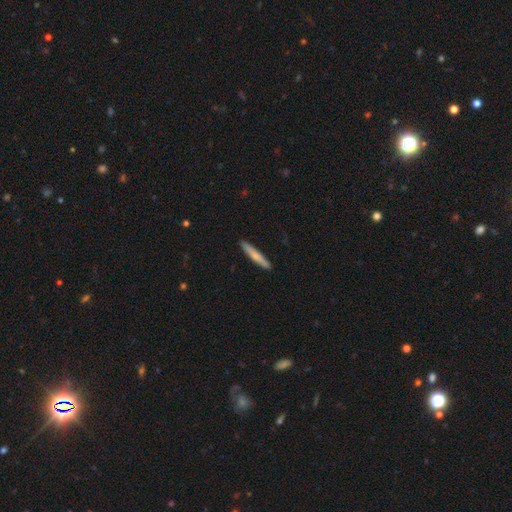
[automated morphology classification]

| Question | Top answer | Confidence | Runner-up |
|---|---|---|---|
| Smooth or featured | smooth | 68% | featured or disk (26%) |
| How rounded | cigar-shaped | 94% | in between (4%) |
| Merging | none | 91% | minor disturbance (7%) |